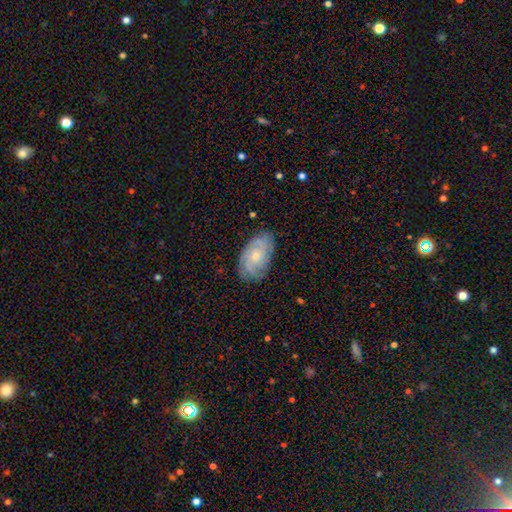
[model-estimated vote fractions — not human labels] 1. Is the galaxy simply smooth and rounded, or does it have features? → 69% featured or disk, 24% smooth, 7% star or artifact.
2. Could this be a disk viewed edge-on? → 96% no, 4% yes.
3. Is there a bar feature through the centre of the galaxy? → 80% no, 17% weak, 2% strong.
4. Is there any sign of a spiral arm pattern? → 91% yes, 9% no.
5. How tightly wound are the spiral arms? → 60% tight, 31% medium, 9% loose.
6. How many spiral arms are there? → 39% can't tell, 22% 3, 16% 2, 13% 4, 5% more than 4, 5% 1.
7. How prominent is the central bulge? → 63% small, 33% moderate, 2% none, 1% large, 1% dominant.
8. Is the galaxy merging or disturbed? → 76% none, 18% minor disturbance, 4% major disturbance, 1% merger.